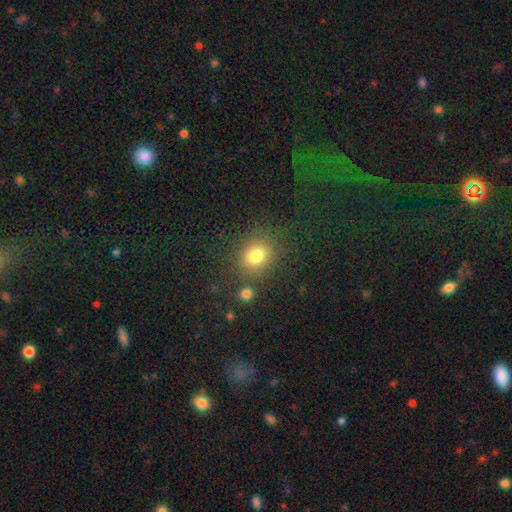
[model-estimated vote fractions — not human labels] smooth-or-featured: smooth: 79% | star or artifact: 13% | featured or disk: 7%
  how-rounded: round: 67% | in between: 32% | cigar-shaped: 1%
  merging: none: 78% | minor disturbance: 11% | merger: 7% | major disturbance: 5%